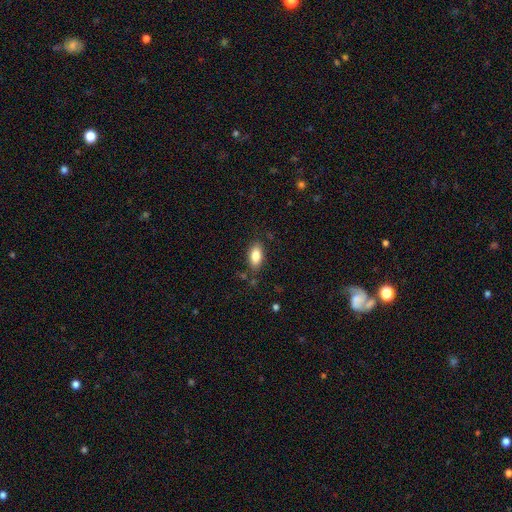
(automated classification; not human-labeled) Smooth or featured?
  - smooth: 83% *
  - featured or disk: 10%
  - star or artifact: 8%
How rounded?
  - in between: 90% *
  - cigar-shaped: 6%
  - round: 4%
Merging?
  - none: 82% *
  - minor disturbance: 13%
  - major disturbance: 3%
  - merger: 3%